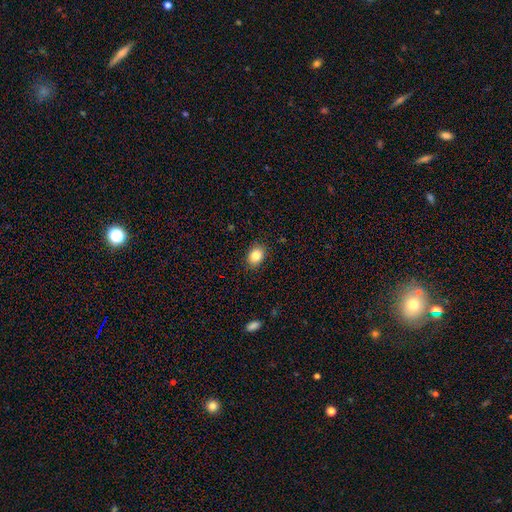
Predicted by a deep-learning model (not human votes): The model was most divided on "how rounded": in between: 63%, round: 36%, cigar-shaped: 1%. More confident: merging — none (88%); smooth or featured — smooth (84%).